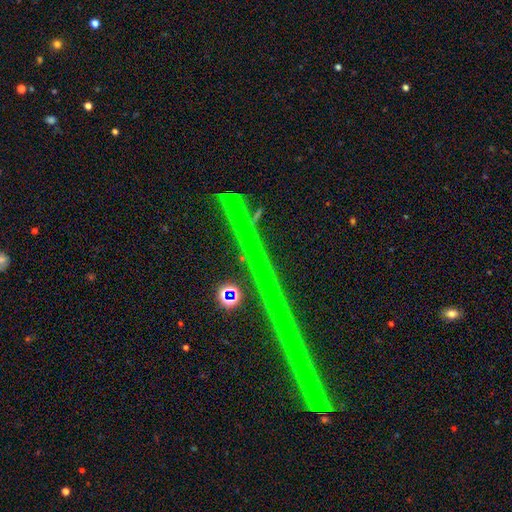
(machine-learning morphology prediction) Smooth or featured: star or artifact — 67% (featured or disk — 24%)